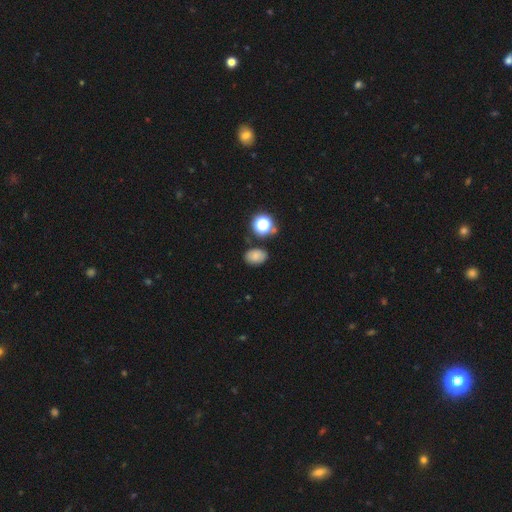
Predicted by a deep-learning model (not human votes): Q: Smooth or featured?
A: smooth (76%); runner-up: star or artifact (16%)
Q: How rounded?
A: in between (75%); runner-up: round (24%)
Q: Merging?
A: none (79%); runner-up: minor disturbance (14%)